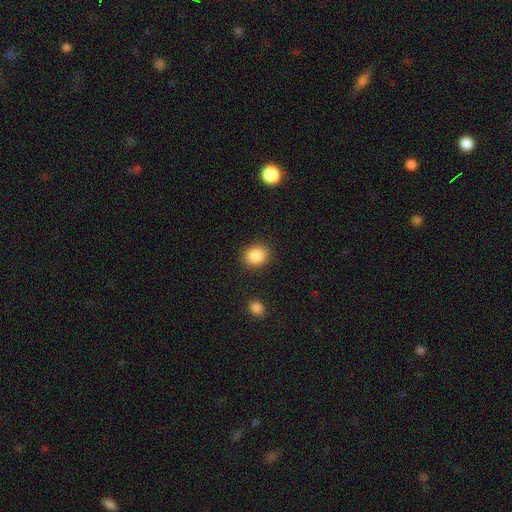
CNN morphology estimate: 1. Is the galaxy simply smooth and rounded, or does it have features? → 88% smooth, 8% star or artifact, 4% featured or disk.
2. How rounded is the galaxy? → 65% round, 34% in between, 1% cigar-shaped.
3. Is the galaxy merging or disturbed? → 88% none, 8% minor disturbance, 3% major disturbance, 2% merger.